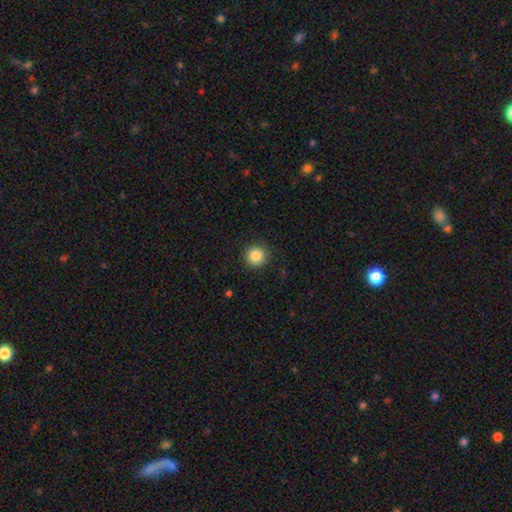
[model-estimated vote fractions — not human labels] This is clearly a smooth galaxy (86%). How rounded: clearly round (94%). Merging: clearly none (90%).